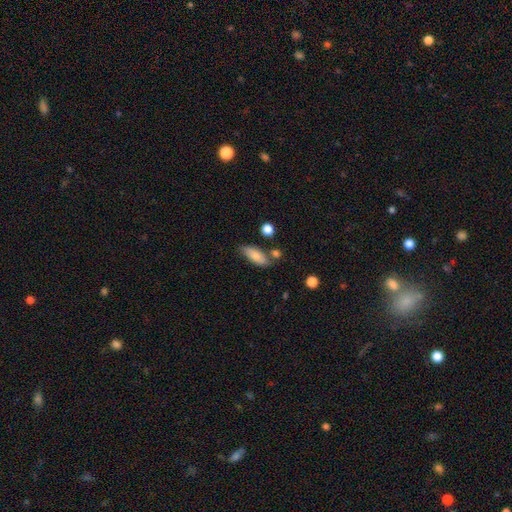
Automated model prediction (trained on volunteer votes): smooth 79%, featured or disk 14%, star or artifact 7%. Down the decision tree: how rounded — in between (76%); merging — none (67%).